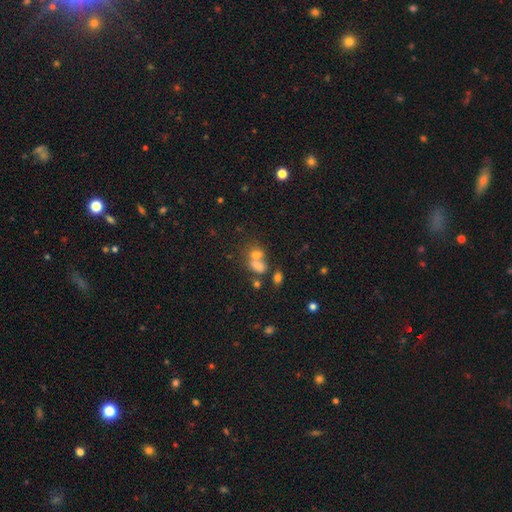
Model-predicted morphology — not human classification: Q: Smooth or featured?
A: smooth (59%); runner-up: star or artifact (24%)
Q: How rounded?
A: round (54%); runner-up: in between (44%)
Q: Merging?
A: merger (52%); runner-up: none (34%)